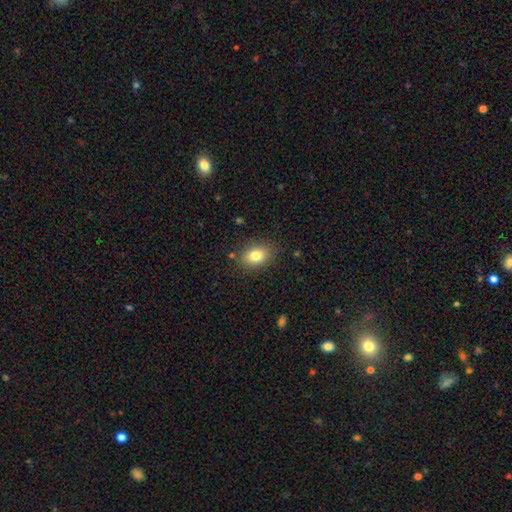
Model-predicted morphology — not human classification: type=smooth (81%); roundness=in between (72%); merging=none (84%).